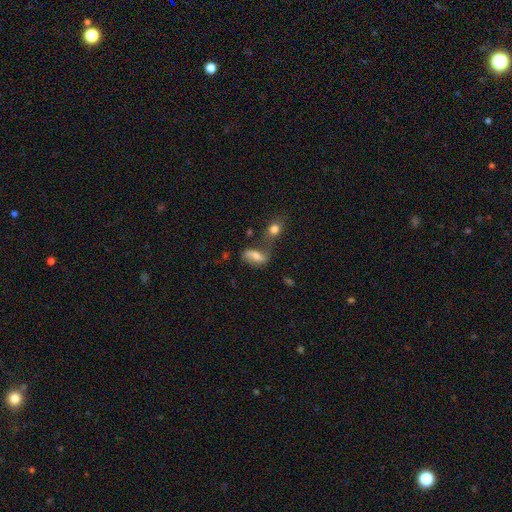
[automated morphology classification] smooth_or_featured: smooth (p=0.55) [alt: featured or disk p=0.34]
how_rounded: in between (p=0.82) [alt: cigar-shaped p=0.11]
merging: none (p=0.40) [alt: merger p=0.28]